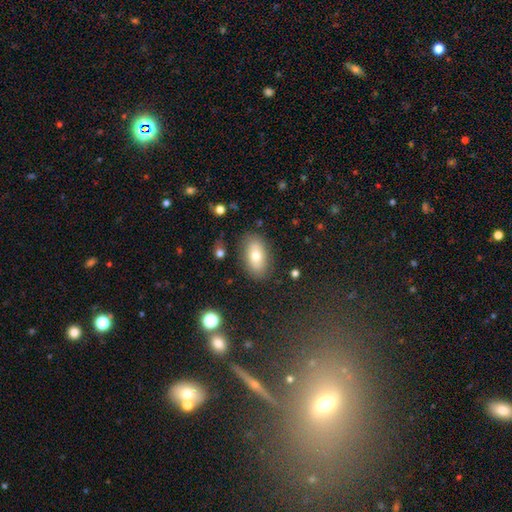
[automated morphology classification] Overall: smooth (71%). How rounded: in between (91%). Merging: none (82%).